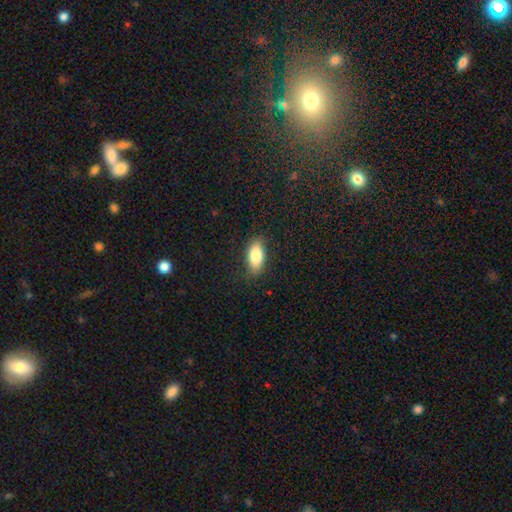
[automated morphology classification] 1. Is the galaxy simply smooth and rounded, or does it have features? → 82% smooth, 11% featured or disk, 7% star or artifact.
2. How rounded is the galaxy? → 88% in between, 8% cigar-shaped, 3% round.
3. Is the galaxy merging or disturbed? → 83% none, 13% minor disturbance, 3% major disturbance, 1% merger.